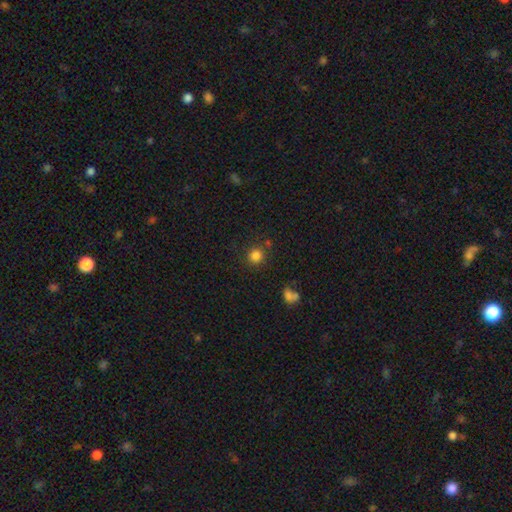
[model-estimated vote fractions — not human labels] Morphology: type=smooth (83%); roundness=round (91%); merging=none (82%).